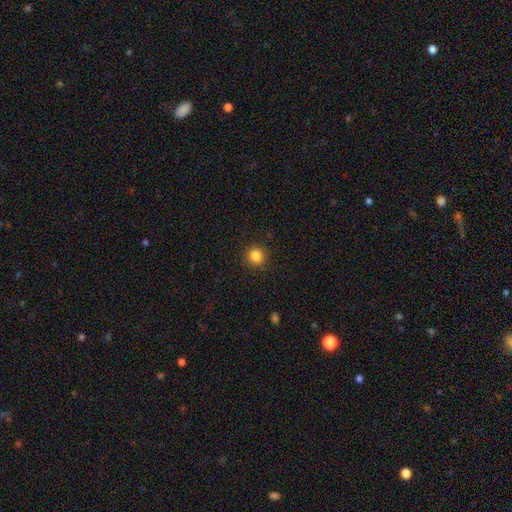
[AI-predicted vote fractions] This is clearly a smooth galaxy (84%). How rounded: clearly round (92%). Merging: clearly none (91%).